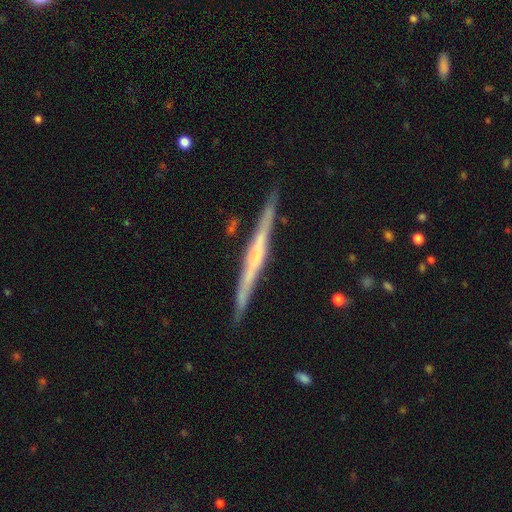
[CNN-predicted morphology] This is likely a featured or disk galaxy (72%). It is clearly viewed edge-on (98%). Edge-on bulge: possibly none (54%). Merging: clearly none (89%).